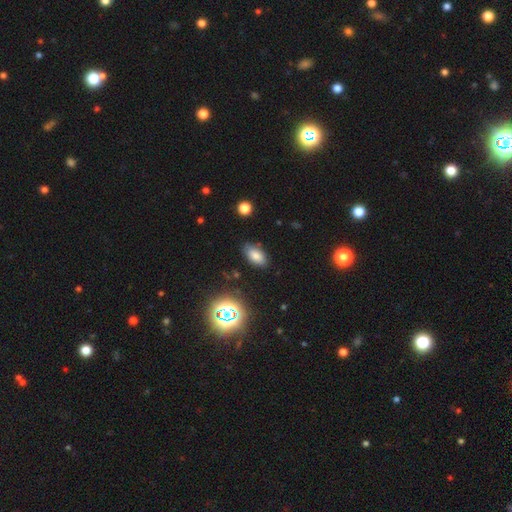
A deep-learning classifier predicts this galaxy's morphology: The model was most divided on "smooth or featured": smooth: 77%, star or artifact: 14%, featured or disk: 9%. More confident: how rounded — in between (92%); merging — none (80%).